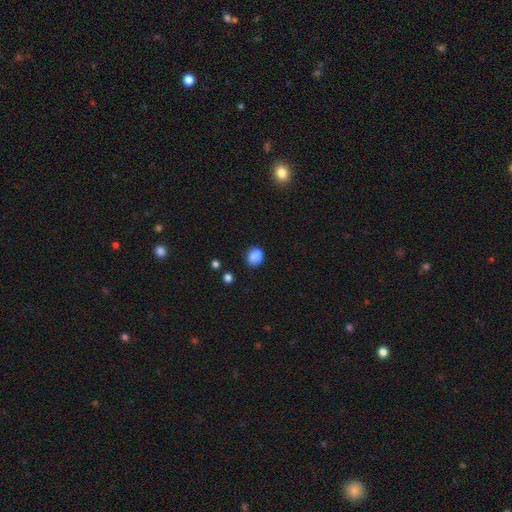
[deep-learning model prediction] This appears to be a smooth galaxy with no disk features (80%) that is round (57%). Merging: none (61%).